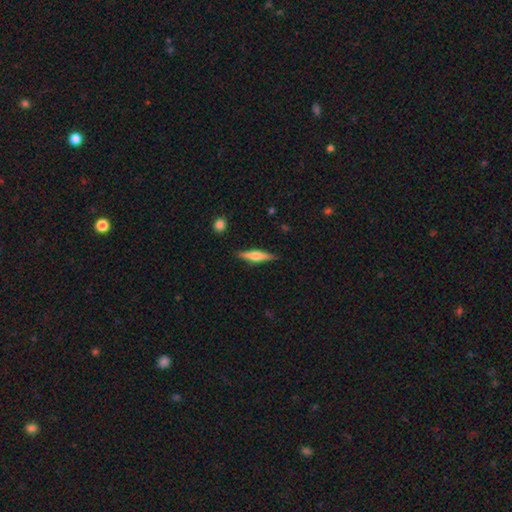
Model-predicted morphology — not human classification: A featured or disk galaxy (49%).

Vote fractions:
- Smooth or featured? featured or disk: 49% / smooth: 45% / star or artifact: 6%
- Merging? none: 88% / minor disturbance: 9% / major disturbance: 2% / merger: 1%